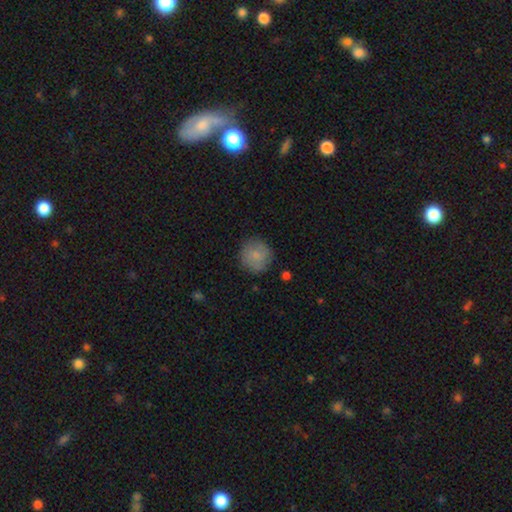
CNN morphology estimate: Smooth or featured? smooth (81%)
How rounded? round (93%)
Merging? none (82%)